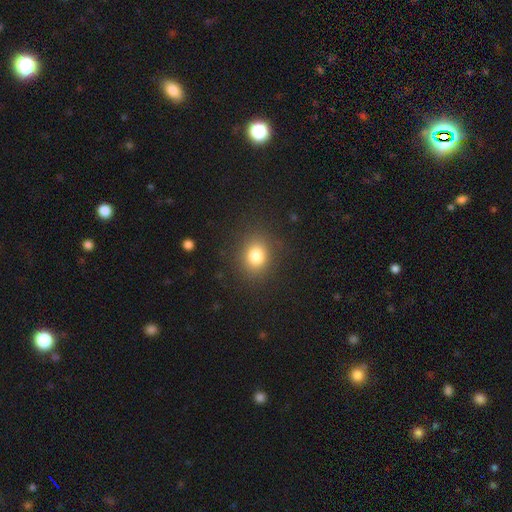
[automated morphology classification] Overall: smooth (82%). How rounded: round (61%; in between 38%). Merging: none (86%).